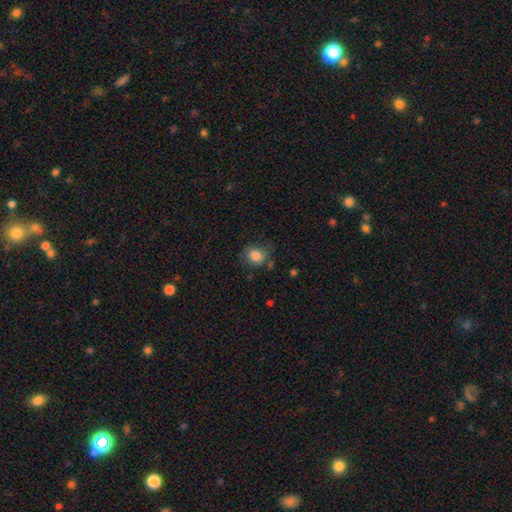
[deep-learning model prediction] smooth_or_featured: smooth (p=0.81) [alt: featured or disk p=0.09]
how_rounded: round (p=0.60) [alt: in between p=0.39]
merging: none (p=0.64) [alt: minor disturbance p=0.24]